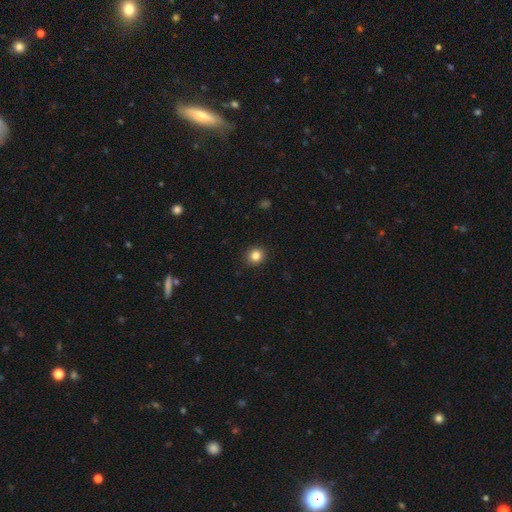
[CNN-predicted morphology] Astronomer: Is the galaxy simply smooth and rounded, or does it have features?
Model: smooth — 84%.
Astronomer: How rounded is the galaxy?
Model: round — 85%.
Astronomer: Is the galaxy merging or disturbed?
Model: none — 91%.